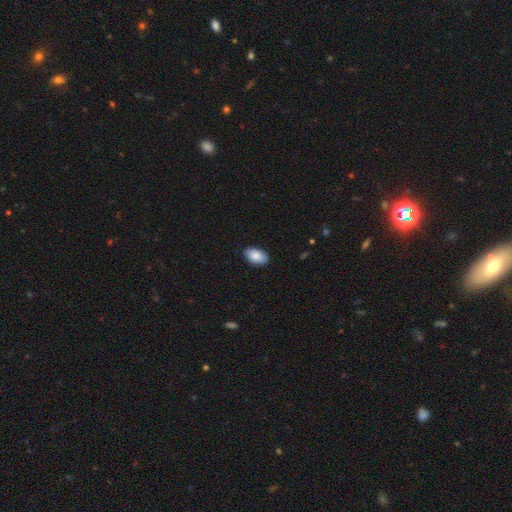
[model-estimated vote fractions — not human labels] smooth 87%, featured or disk 7%, star or artifact 7%. Down the decision tree: how rounded — in between (93%); merging — none (86%).